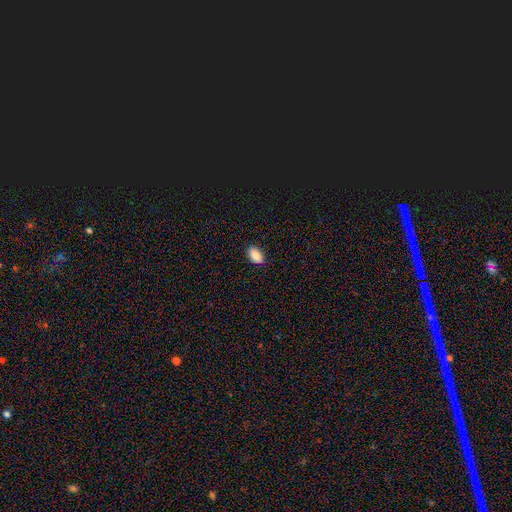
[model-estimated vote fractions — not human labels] smooth 88%, star or artifact 8%, featured or disk 4%. Down the decision tree: how rounded — in between (91%); merging — none (87%).